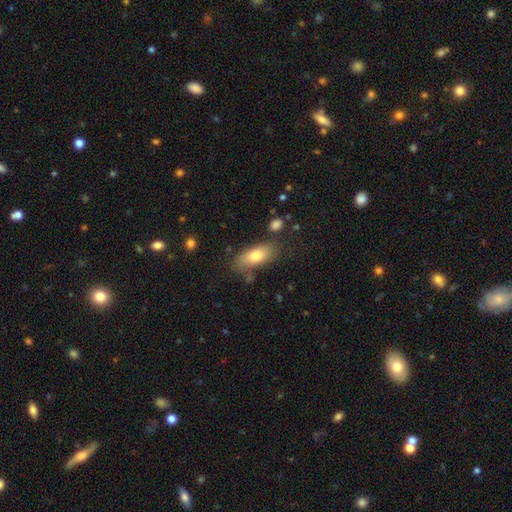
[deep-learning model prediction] Q: Smooth or featured?
A: smooth (76%); runner-up: featured or disk (17%)
Q: How rounded?
A: in between (85%); runner-up: cigar-shaped (11%)
Q: Merging?
A: none (73%); runner-up: minor disturbance (17%)